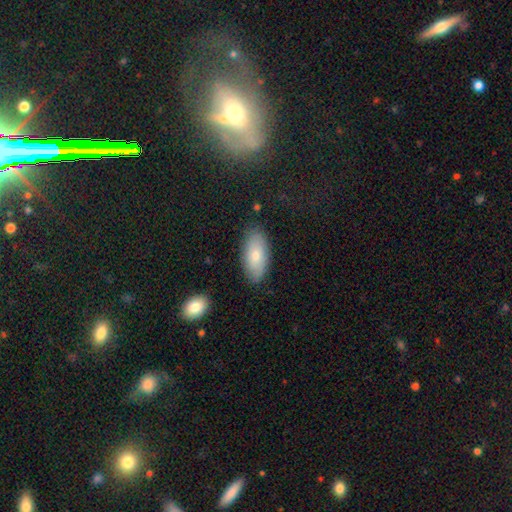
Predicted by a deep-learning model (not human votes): Smooth or featured? smooth (75%)
How rounded? in between (92%)
Merging? none (83%)